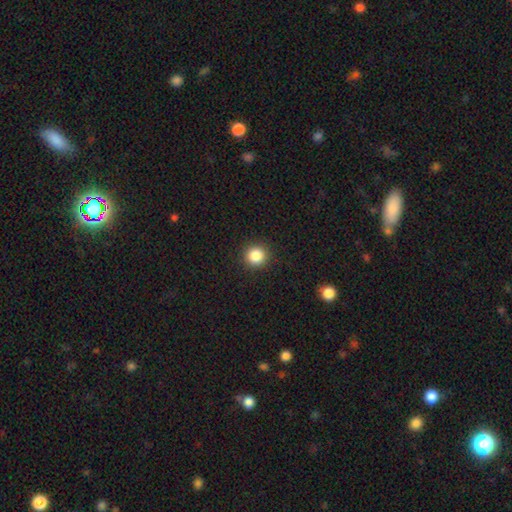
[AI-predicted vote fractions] Smooth or featured: smooth — 85% (star or artifact — 11%)
How rounded: round — 93% (in between — 6%)
Merging: none — 92% (minor disturbance — 5%)